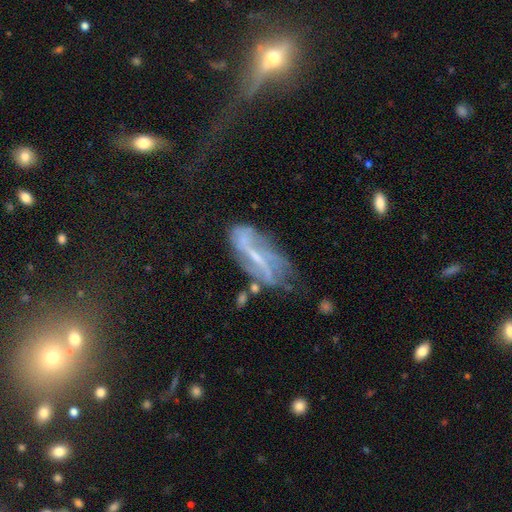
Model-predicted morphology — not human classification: Smooth or featured?
  - featured or disk: 71% *
  - smooth: 17%
  - star or artifact: 12%
Edge-on disk?
  - no: 83% *
  - yes: 17%
Bar?
  - strong: 45% *
  - weak: 35%
  - no: 20%
Spiral arms?
  - yes: 78% *
  - no: 22%
Bulge size?
  - small: 56% *
  - moderate: 21%
  - none: 19%
  - large: 2%
  - dominant: 1%
Merging?
  - none: 47% *
  - minor disturbance: 25%
  - major disturbance: 21%
  - merger: 7%